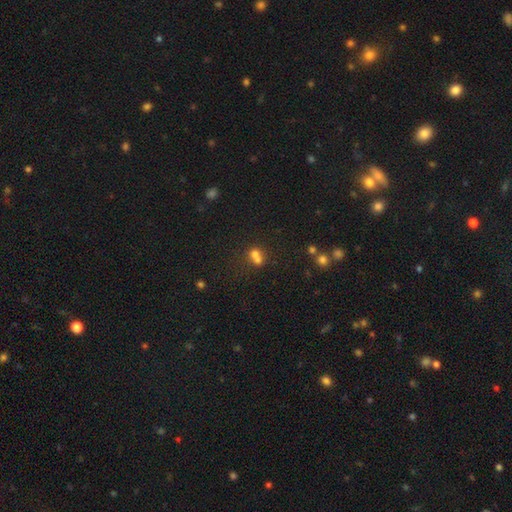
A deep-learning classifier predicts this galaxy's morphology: smooth 65%, star or artifact 18%, featured or disk 16%. Down the decision tree: how rounded — round (60%); merging — merger (61%).